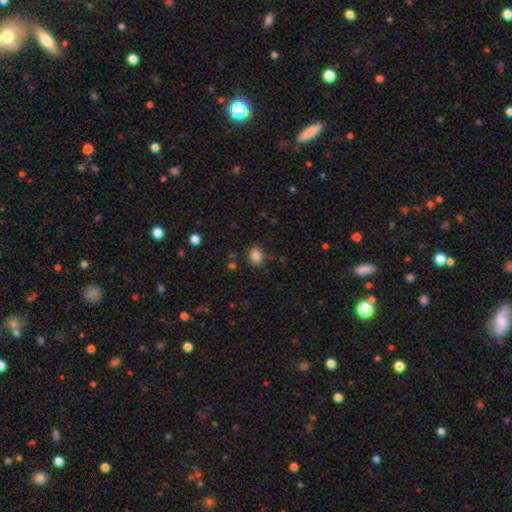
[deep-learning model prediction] A smooth galaxy with no disk features (84%) that is in between round and cigar-shaped (50%). Merging: none (82%).